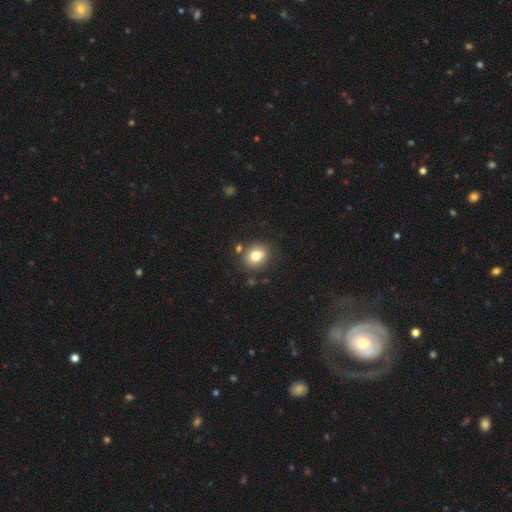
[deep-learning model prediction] This appears to be a smooth galaxy with no disk features (78%) that is round (70%). Merging: none (78%).